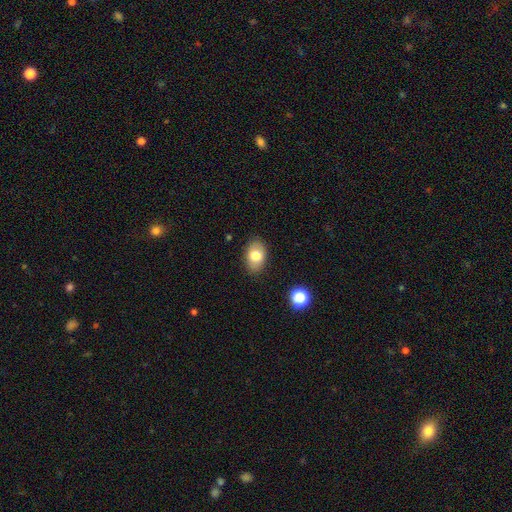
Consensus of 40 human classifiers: A smooth galaxy with no disk features (70%) that is in between round and cigar-shaped (86%). Merging: none (83%).